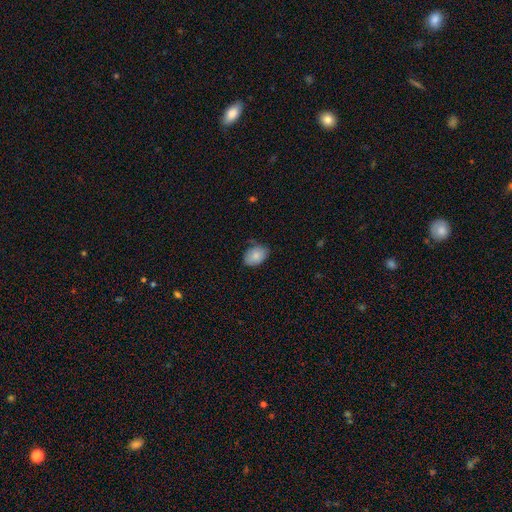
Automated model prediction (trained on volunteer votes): Smooth or featured?
  - smooth: 82% *
  - featured or disk: 11%
  - star or artifact: 7%
How rounded?
  - in between: 83% *
  - round: 16%
  - cigar-shaped: 1%
Merging?
  - none: 73% *
  - minor disturbance: 22%
  - major disturbance: 4%
  - merger: 2%